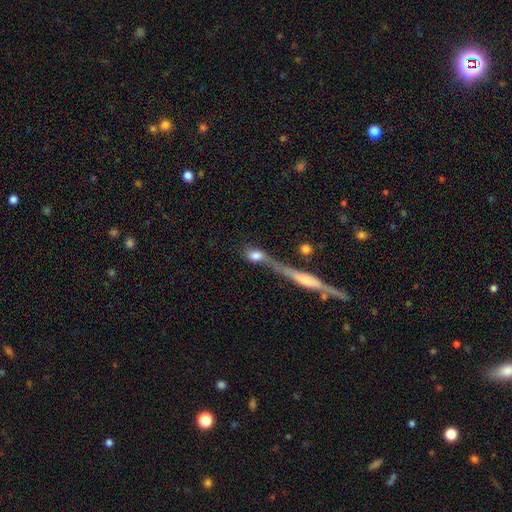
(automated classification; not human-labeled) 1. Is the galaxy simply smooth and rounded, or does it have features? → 72% smooth, 18% featured or disk, 10% star or artifact.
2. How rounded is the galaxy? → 53% in between, 30% round, 17% cigar-shaped.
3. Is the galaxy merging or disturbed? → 39% none, 36% merger, 13% minor disturbance, 11% major disturbance.